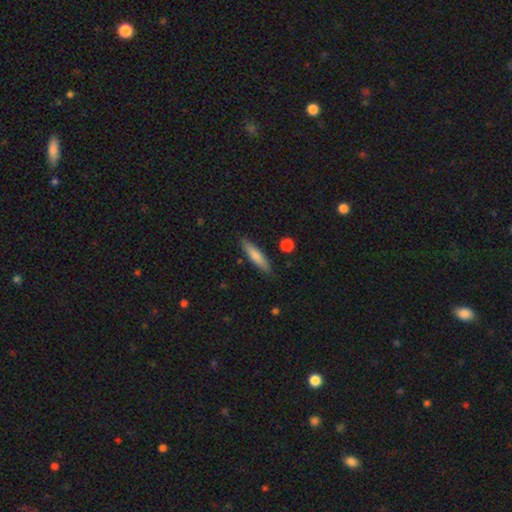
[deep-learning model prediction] Morphology: type=smooth (76%); roundness=cigar-shaped (82%); merging=none (86%).